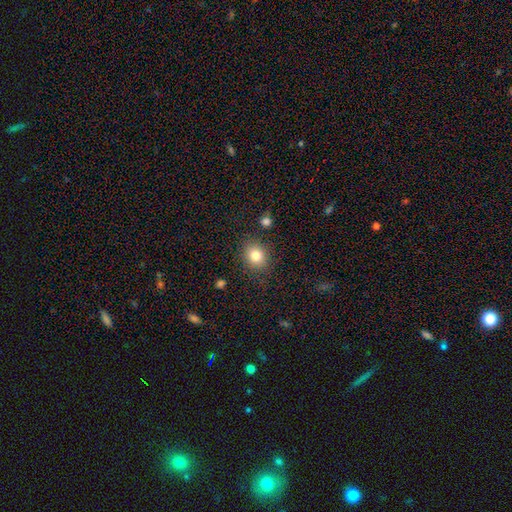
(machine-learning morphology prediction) smooth-or-featured: smooth: 81% | star or artifact: 11% | featured or disk: 8%
  how-rounded: round: 68% | in between: 31% | cigar-shaped: 1%
  merging: none: 85% | minor disturbance: 9% | major disturbance: 3% | merger: 2%